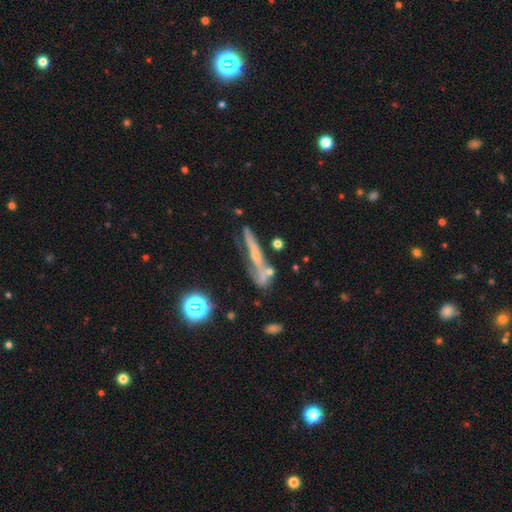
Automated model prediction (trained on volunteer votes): A featured or disk galaxy (56%) viewed edge-on (79%). Merging: none (55%).